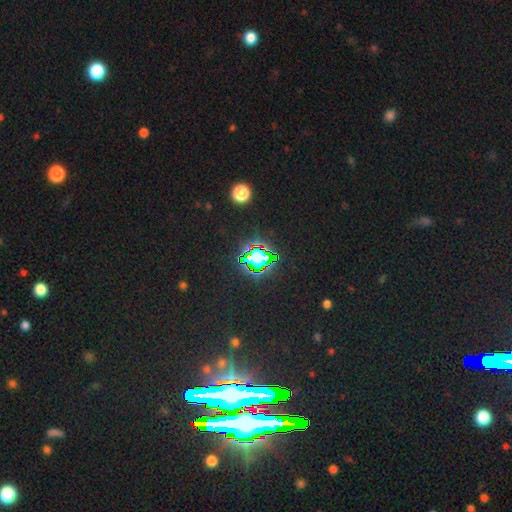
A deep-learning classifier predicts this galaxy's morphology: Smooth or featured?
  - star or artifact: 73% *
  - smooth: 17%
  - featured or disk: 10%